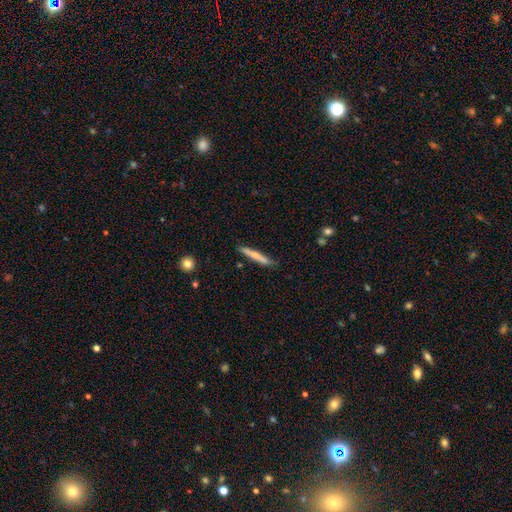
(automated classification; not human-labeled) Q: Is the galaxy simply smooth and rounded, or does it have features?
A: smooth — 62%.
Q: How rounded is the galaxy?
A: cigar-shaped — 95%.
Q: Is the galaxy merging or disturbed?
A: none — 85%.